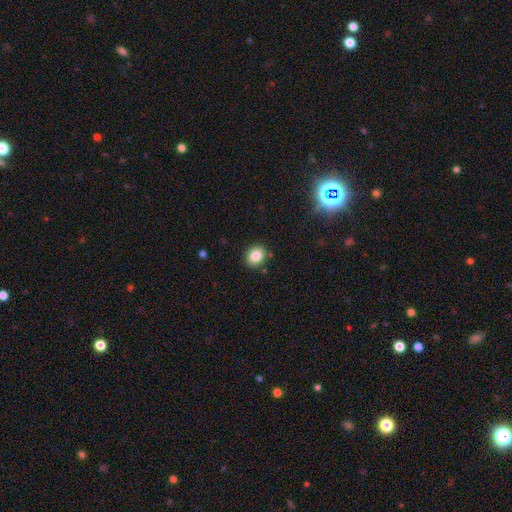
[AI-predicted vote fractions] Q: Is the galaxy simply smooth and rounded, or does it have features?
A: smooth — 83%.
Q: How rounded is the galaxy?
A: round — 71%.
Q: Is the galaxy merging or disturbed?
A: none — 88%.